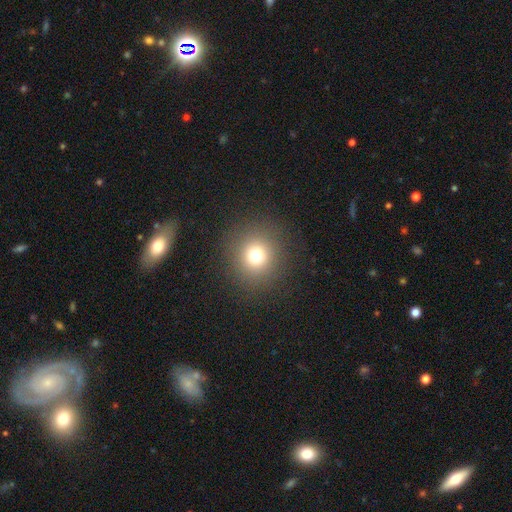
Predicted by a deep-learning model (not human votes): This is likely a smooth galaxy (74%). How rounded: clearly round (90%). Merging: clearly none (89%).